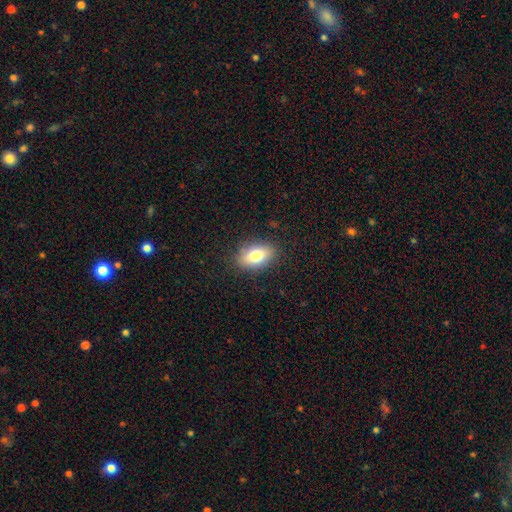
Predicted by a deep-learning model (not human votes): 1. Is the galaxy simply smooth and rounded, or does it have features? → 79% smooth, 13% featured or disk, 8% star or artifact.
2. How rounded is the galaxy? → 87% in between, 10% round, 3% cigar-shaped.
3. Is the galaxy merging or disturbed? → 86% none, 10% minor disturbance, 3% major disturbance, 1% merger.